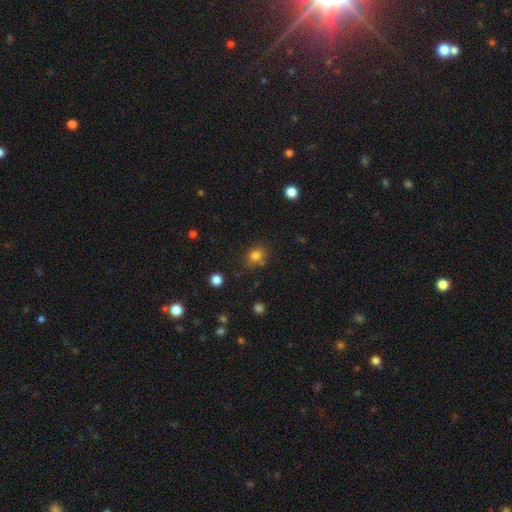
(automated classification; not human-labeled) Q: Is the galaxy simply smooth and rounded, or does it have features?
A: smooth — 78%.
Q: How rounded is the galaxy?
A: round — 59%.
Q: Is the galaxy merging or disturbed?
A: none — 73%.